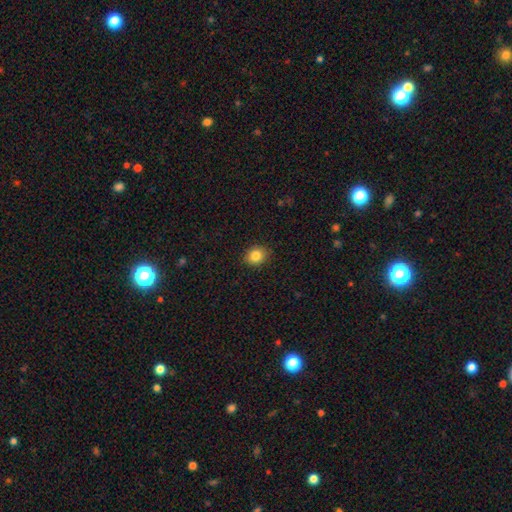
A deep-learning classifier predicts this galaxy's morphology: Overall: smooth (85%). How rounded: round (66%; in between 33%). Merging: none (90%).